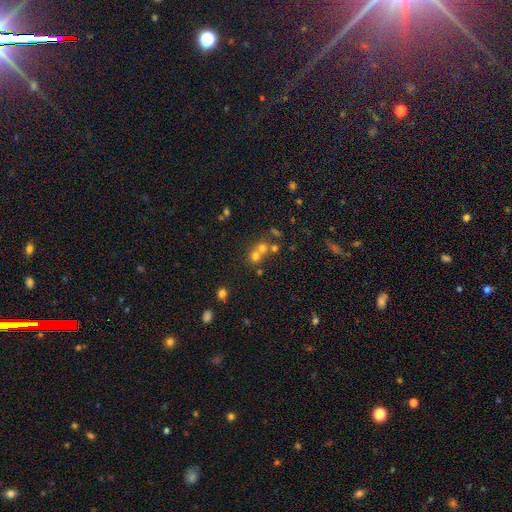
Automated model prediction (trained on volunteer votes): smooth 62%, star or artifact 21%, featured or disk 17%. Down the decision tree: how rounded — round (84%); merging — merger (51%).